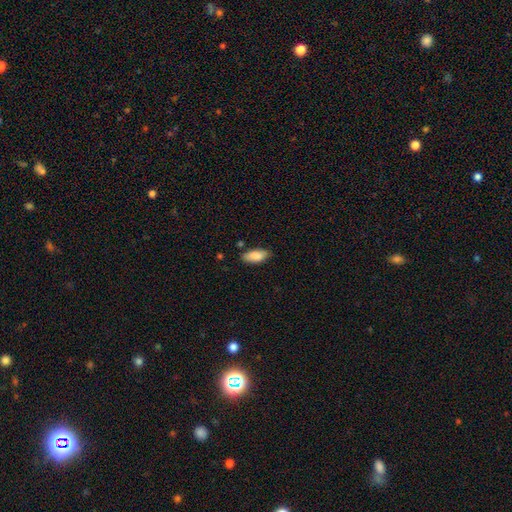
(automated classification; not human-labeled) smooth_or_featured: smooth (p=0.87) [alt: featured or disk p=0.07]
how_rounded: in between (p=0.86) [alt: cigar-shaped p=0.12]
merging: none (p=0.78) [alt: minor disturbance p=0.16]